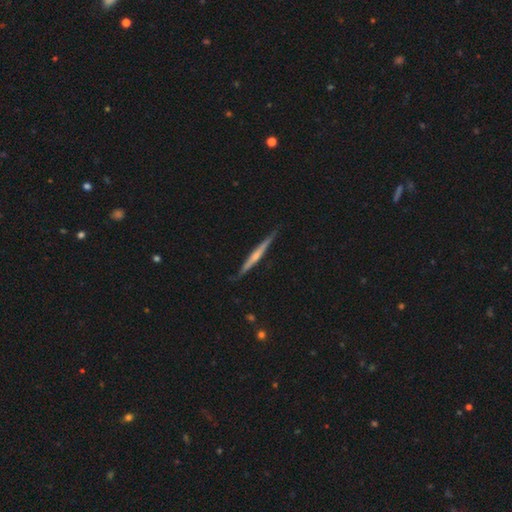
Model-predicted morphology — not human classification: Smooth or featured: featured or disk — 64% (smooth — 31%)
Edge-on disk: yes — 98% (no — 2%)
Edge-on bulge: rounded — 46% (none — 45%)
Merging: none — 86% (minor disturbance — 11%)